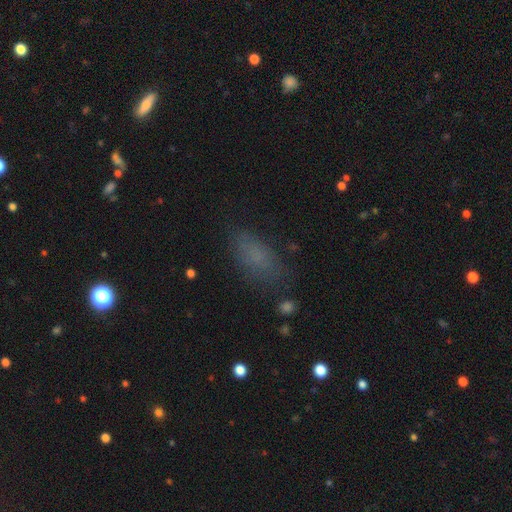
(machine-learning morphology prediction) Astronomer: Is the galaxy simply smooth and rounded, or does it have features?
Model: smooth — 71%.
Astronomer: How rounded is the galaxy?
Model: in between — 84%.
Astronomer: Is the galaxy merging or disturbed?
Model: none — 72%.